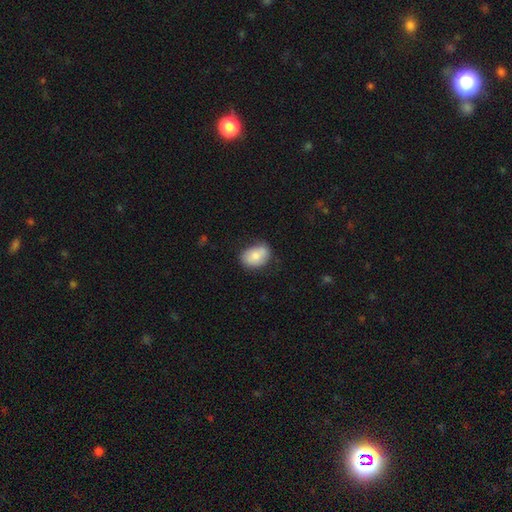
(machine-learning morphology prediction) The model was most divided on "merging": none: 67%, minor disturbance: 25%, major disturbance: 5%, merger: 3%. More confident: smooth or featured — smooth (81%); how rounded — in between (77%).